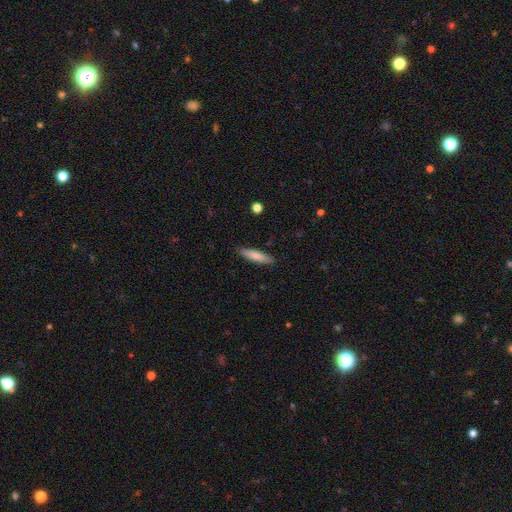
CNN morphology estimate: This appears to be a smooth galaxy with no disk features (78%) that is cigar-shaped (79%). Merging: none (89%).